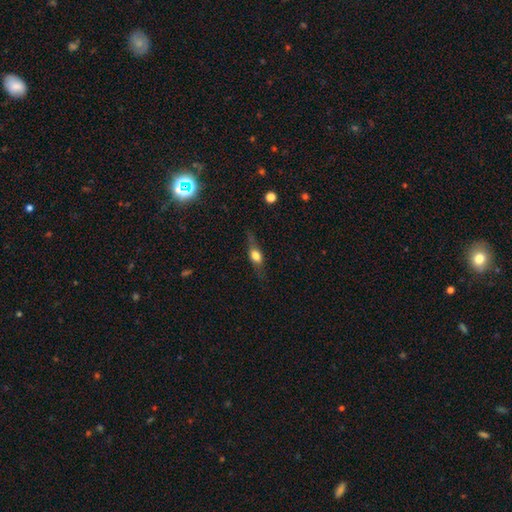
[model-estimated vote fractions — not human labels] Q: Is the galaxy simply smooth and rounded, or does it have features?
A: smooth — 49%.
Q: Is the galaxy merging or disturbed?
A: none — 73%.